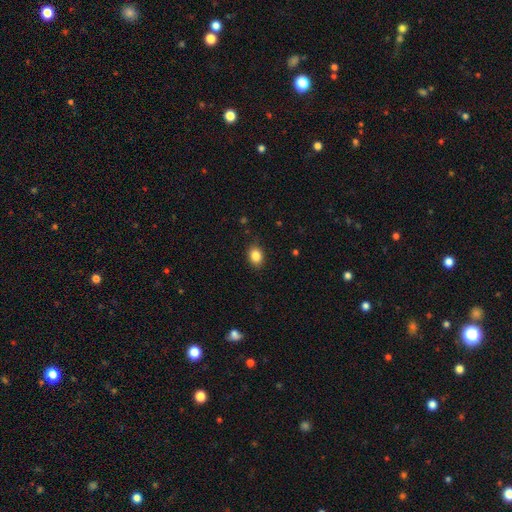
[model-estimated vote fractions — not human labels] Overall: smooth (86%). How rounded: in between (65%; round 34%). Merging: none (84%).